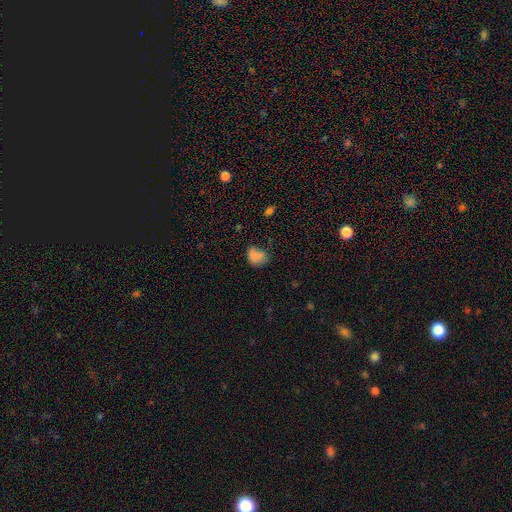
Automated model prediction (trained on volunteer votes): smooth-or-featured: smooth: 72% | star or artifact: 15% | featured or disk: 13%
  how-rounded: in between: 63% | round: 36% | cigar-shaped: 2%
  merging: none: 41% | minor disturbance: 30% | major disturbance: 21% | merger: 8%